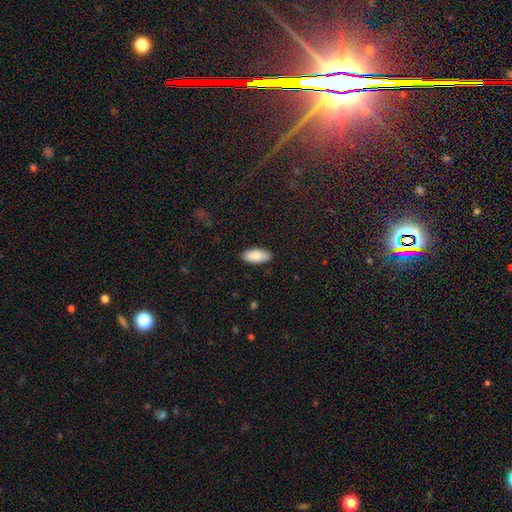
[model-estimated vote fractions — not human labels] Morphology: type=smooth (88%); roundness=in between (91%); merging=none (88%).